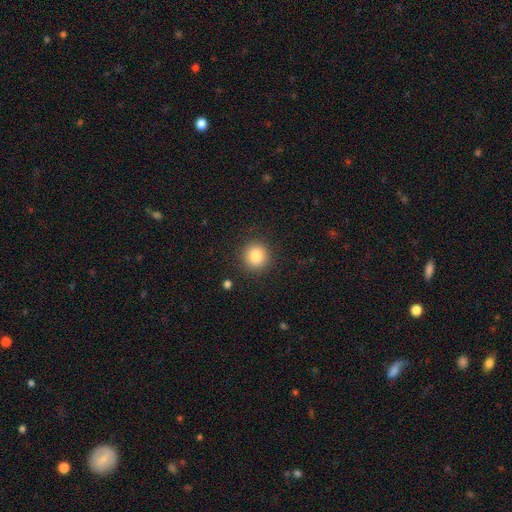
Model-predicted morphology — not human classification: Smooth or featured? Predicted: smooth (p=0.84). How rounded? Predicted: round (p=0.92). Merging? Predicted: none (p=0.90).